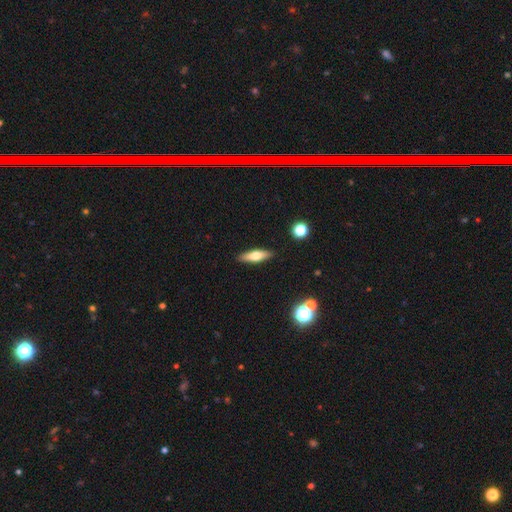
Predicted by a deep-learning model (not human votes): A smooth galaxy with no disk features (58%) that is cigar-shaped (57%). Merging: none (88%).